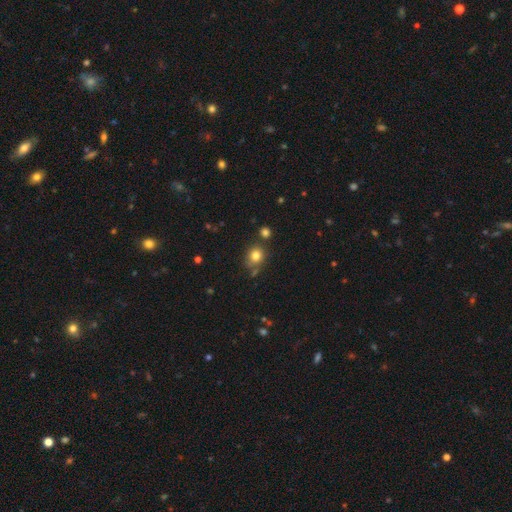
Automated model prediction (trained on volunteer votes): Smooth or featured? smooth (80%)
How rounded? round (78%)
Merging? none (72%)